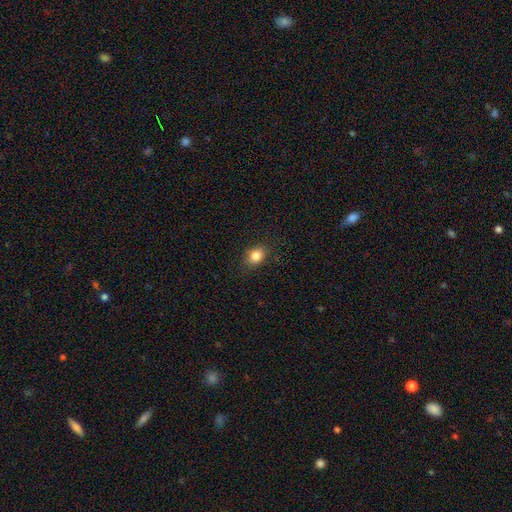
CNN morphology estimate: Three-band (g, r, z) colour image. It shows a smooth galaxy with no disk features (84%) that is in between round and cigar-shaped (61%). Merging: none (85%).